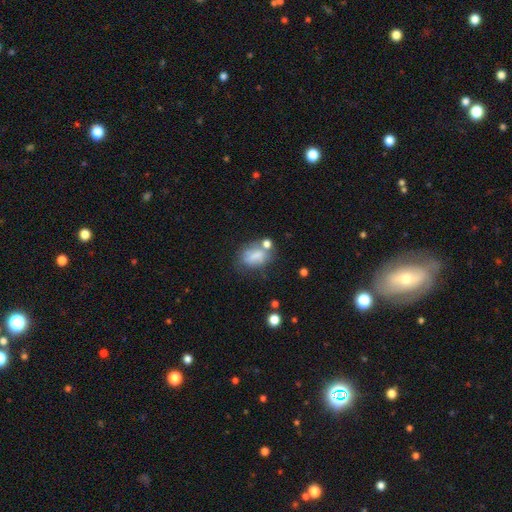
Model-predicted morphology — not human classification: This appears to be a smooth galaxy with no disk features (66%) that is in between round and cigar-shaped (74%). Merging: none (40%).